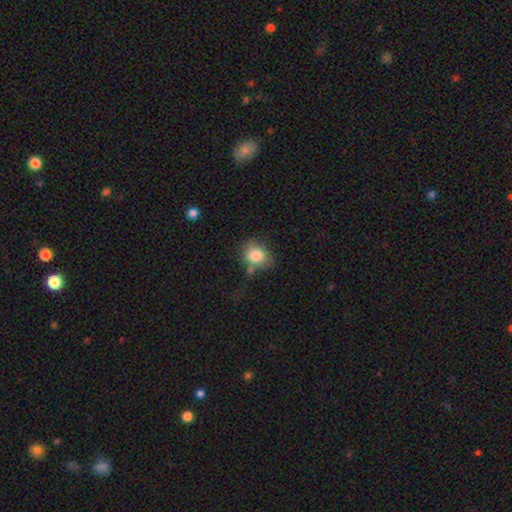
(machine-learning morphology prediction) Q: Smooth or featured?
A: smooth (82%); runner-up: star or artifact (9%)
Q: How rounded?
A: round (57%); runner-up: in between (42%)
Q: Merging?
A: none (59%); runner-up: minor disturbance (22%)